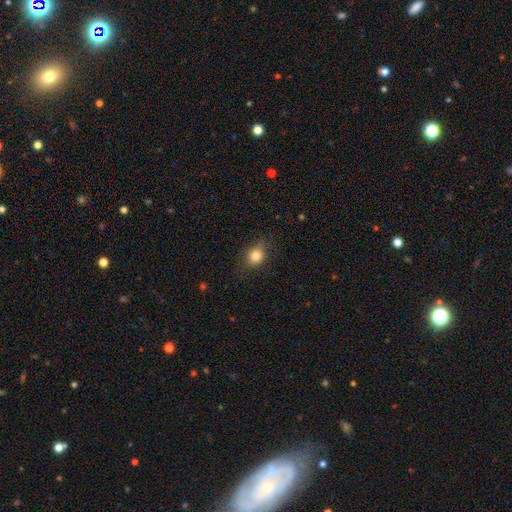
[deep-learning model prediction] Smooth or featured: smooth — 83% (star or artifact — 10%)
How rounded: round — 59% (in between — 40%)
Merging: none — 75% (minor disturbance — 18%)